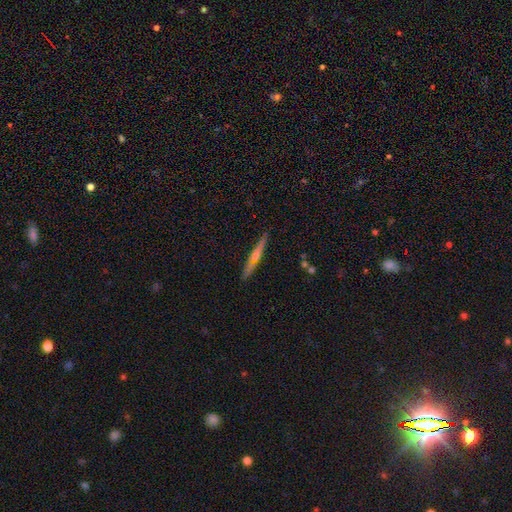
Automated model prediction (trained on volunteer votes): A featured or disk galaxy (75%) viewed edge-on (98%) with a rounded central bulge (86%). Merging: none (90%).